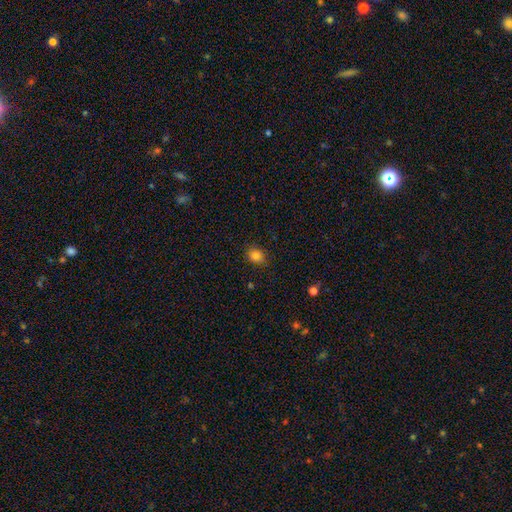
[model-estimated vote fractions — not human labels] A smooth galaxy with no disk features (83%) that is round (57%).

Vote fractions:
- Smooth or featured? smooth: 83% / star or artifact: 11% / featured or disk: 5%
- How rounded? round: 57% / in between: 42% / cigar-shaped: 1%
- Merging? none: 87% / minor disturbance: 10% / major disturbance: 2% / merger: 1%